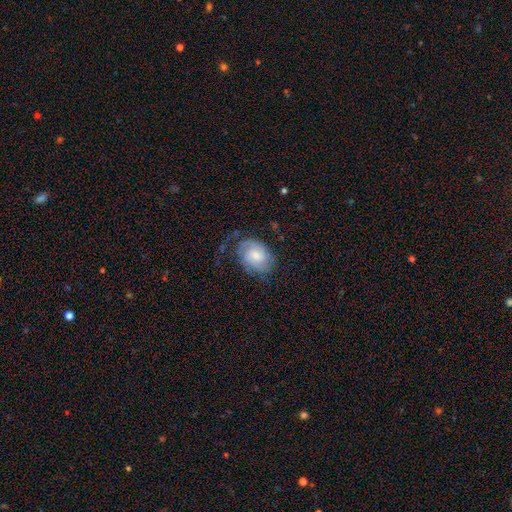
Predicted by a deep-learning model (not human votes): Overall: featured or disk (53%; smooth 40%). Edge-on disk: no (97%). Bar: no (61%; weak 35%). Spiral arms: yes (87%). Bulge size: moderate (46%; small 39%). Merging: none (59%; minor disturbance 24%).